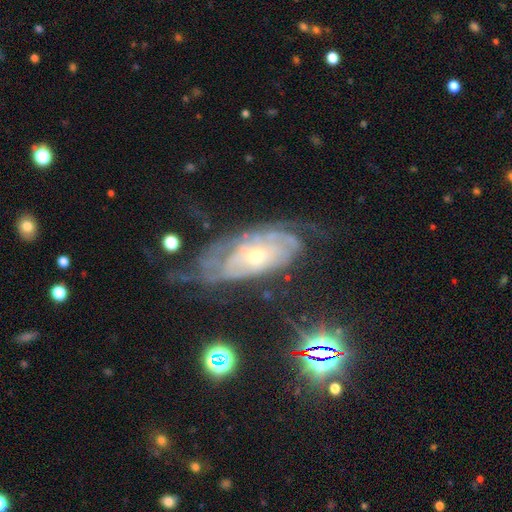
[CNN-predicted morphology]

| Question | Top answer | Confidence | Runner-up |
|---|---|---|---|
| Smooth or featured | featured or disk | 80% | smooth (11%) |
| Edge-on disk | no | 91% | yes (9%) |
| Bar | no | 73% | weak (21%) |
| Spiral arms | yes | 86% | no (14%) |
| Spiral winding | tight | 67% | medium (24%) |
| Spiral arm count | can't tell | 57% | 2 (20%) |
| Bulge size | small | 51% | moderate (44%) |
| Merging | none | 52% | minor disturbance (25%) |